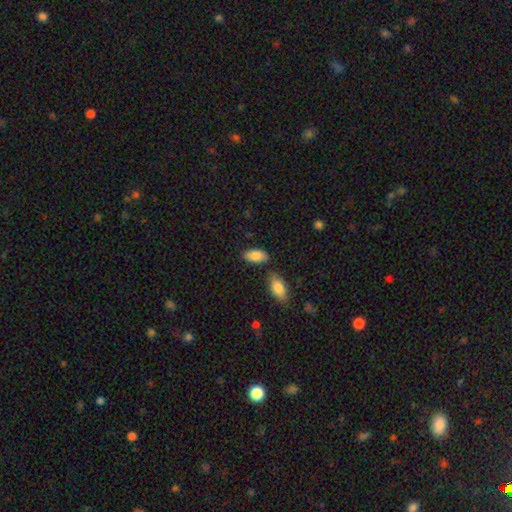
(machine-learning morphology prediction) A smooth galaxy with no disk features (83%) that is in between round and cigar-shaped (93%).

Vote fractions:
- Smooth or featured? smooth: 83% / featured or disk: 10% / star or artifact: 6%
- How rounded? in between: 93% / cigar-shaped: 5% / round: 3%
- Merging? none: 77% / minor disturbance: 13% / merger: 8% / major disturbance: 3%